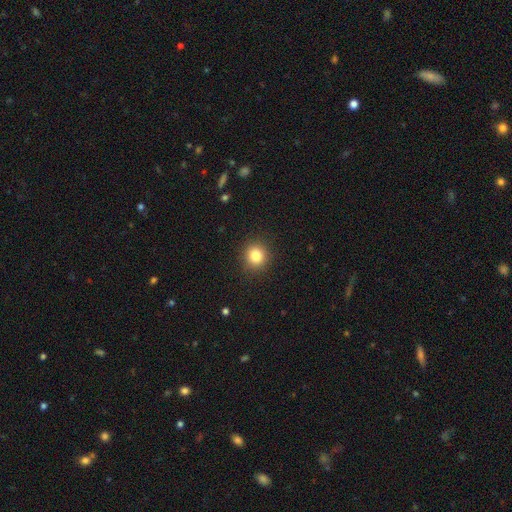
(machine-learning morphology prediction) Q: Smooth or featured?
A: smooth (82%); runner-up: star or artifact (12%)
Q: How rounded?
A: round (89%); runner-up: in between (10%)
Q: Merging?
A: none (91%); runner-up: minor disturbance (6%)